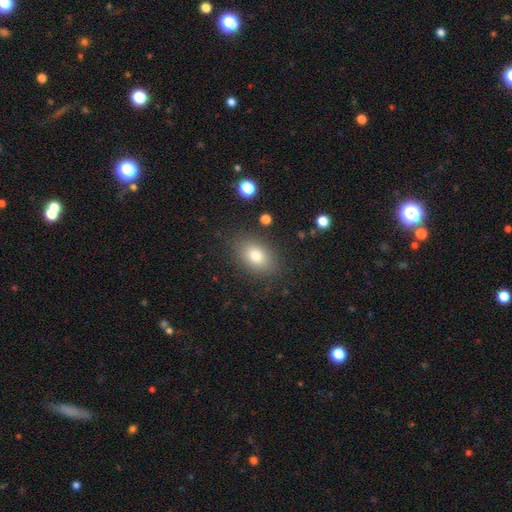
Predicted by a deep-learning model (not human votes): This appears to be a smooth galaxy with no disk features (78%) that is in between round and cigar-shaped (82%). Merging: none (84%).